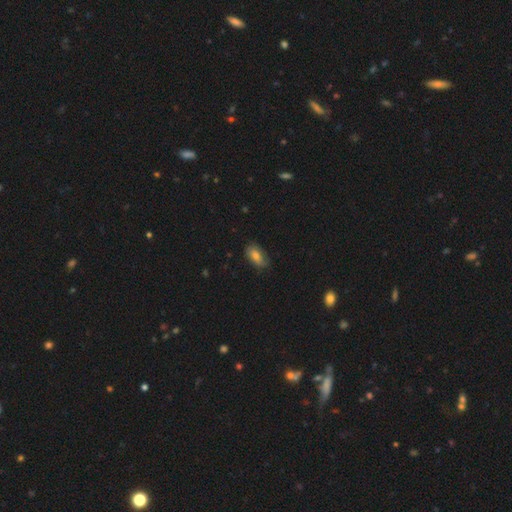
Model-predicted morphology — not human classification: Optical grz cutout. It shows a smooth galaxy with no disk features (72%) that is in between round and cigar-shaped (89%). Merging: none (69%).